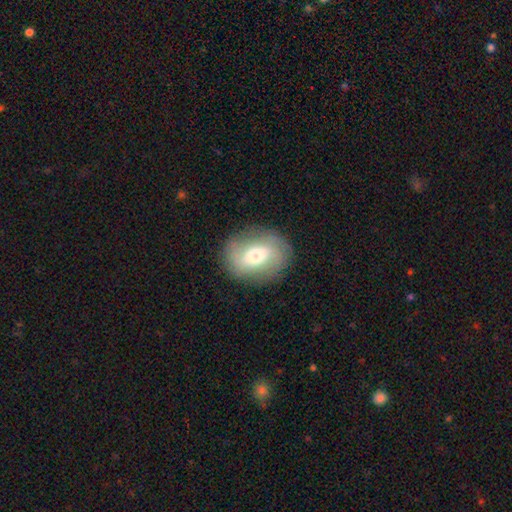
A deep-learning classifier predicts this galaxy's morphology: This appears to be a smooth galaxy with no disk features (50%). Merging: none (83%).